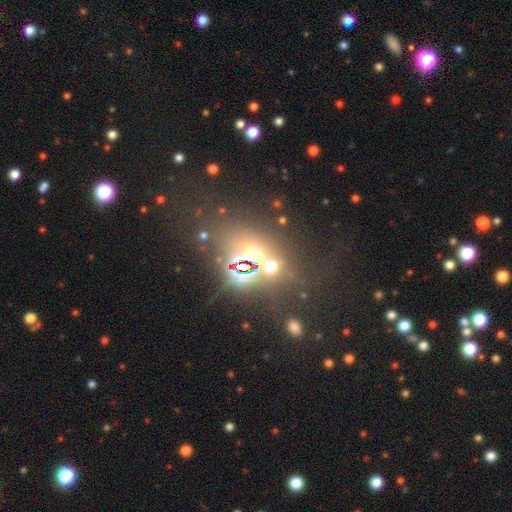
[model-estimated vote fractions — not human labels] The model was most divided on "smooth or featured": star or artifact: 64%, smooth: 25%, featured or disk: 11%.